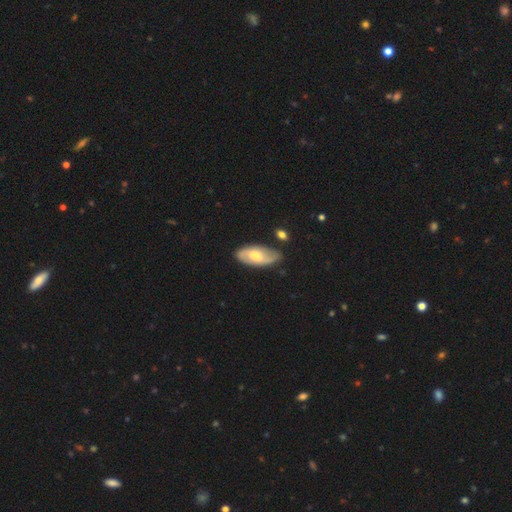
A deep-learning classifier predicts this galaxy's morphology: This is possibly a featured or disk galaxy (57%). It is clearly not viewed edge-on (89%). Bar: marginally no (45%). Spiral arm pattern: likely yes (79%). Central bulge: likely moderate (65%). Merging: likely none (77%).